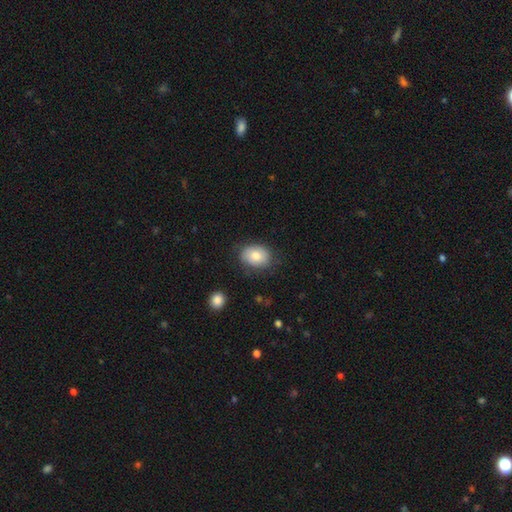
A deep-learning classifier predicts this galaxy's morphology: smooth-or-featured: smooth: 81% | featured or disk: 12% | star or artifact: 7%
  how-rounded: in between: 68% | round: 31% | cigar-shaped: 1%
  merging: none: 77% | minor disturbance: 17% | major disturbance: 4% | merger: 1%